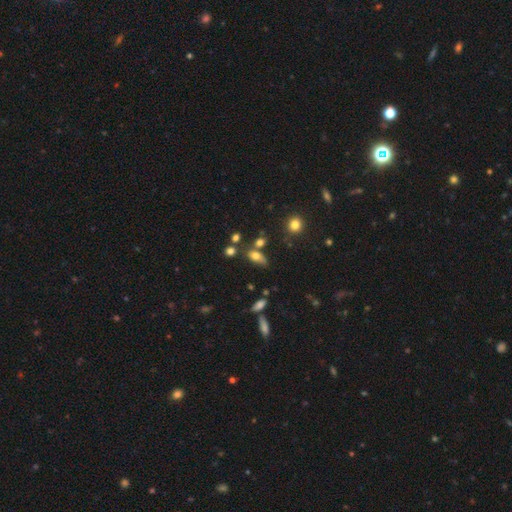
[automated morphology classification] The model was most divided on "merging": none: 54%, merger: 21%, minor disturbance: 18%, major disturbance: 7%. More confident: how rounded — in between (79%); smooth or featured — smooth (70%).